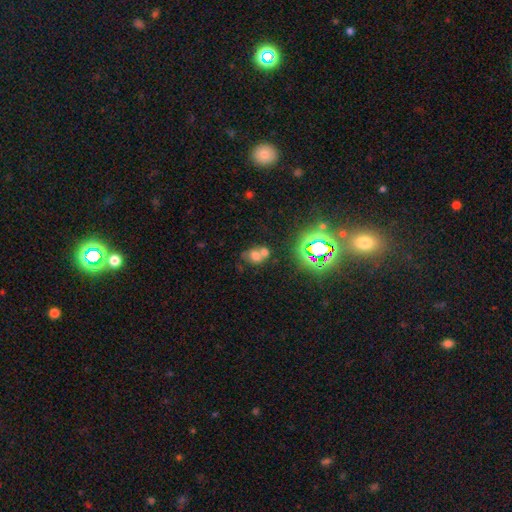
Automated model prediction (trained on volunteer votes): Smooth or featured: smooth — 57% (star or artifact — 24%)
How rounded: round — 55% (in between — 44%)
Merging: merger — 55% (none — 31%)